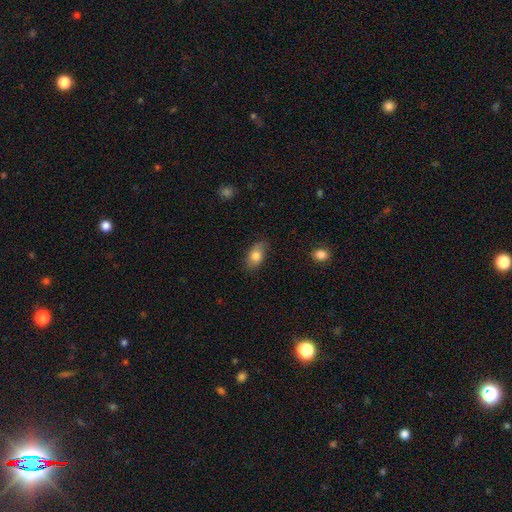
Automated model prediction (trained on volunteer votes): The model was most divided on "merging": none: 79%, minor disturbance: 17%, major disturbance: 3%, merger: 1%. More confident: how rounded — in between (87%); smooth or featured — smooth (79%).